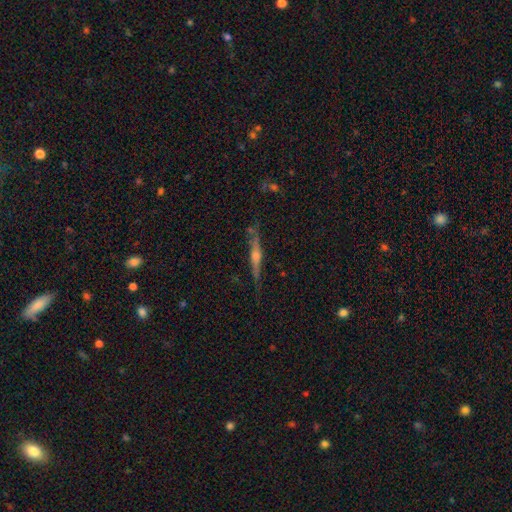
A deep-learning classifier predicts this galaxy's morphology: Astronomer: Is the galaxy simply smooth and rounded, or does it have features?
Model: featured or disk — 73%.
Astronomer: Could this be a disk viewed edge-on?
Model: yes — 97%.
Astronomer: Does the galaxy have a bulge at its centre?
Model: rounded — 80%.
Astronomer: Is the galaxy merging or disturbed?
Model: none — 82%.